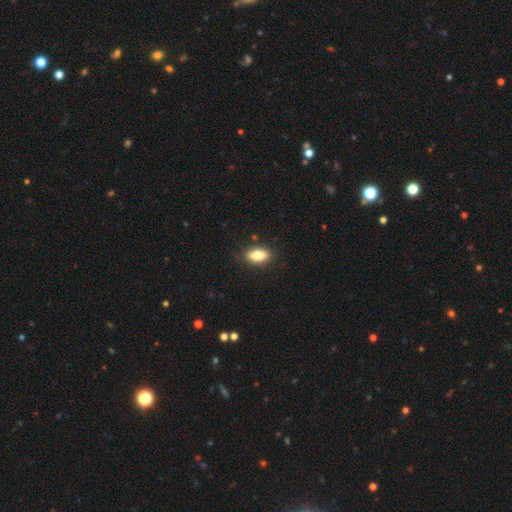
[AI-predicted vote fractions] Smooth or featured? smooth (83%)
How rounded? in between (87%)
Merging? none (86%)